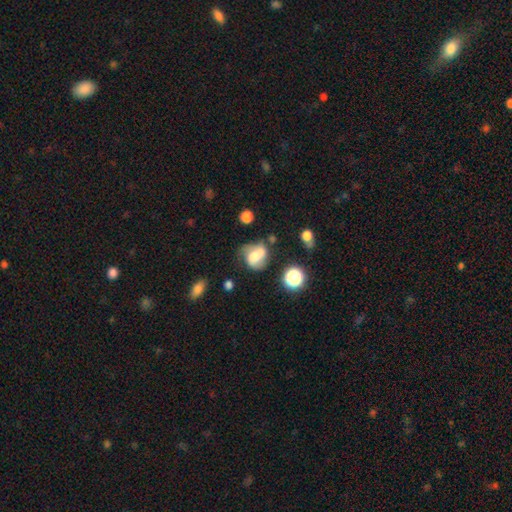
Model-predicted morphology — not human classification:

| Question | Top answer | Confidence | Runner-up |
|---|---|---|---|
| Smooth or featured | featured or disk | 54% | smooth (35%) |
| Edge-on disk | no | 97% | yes (3%) |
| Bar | weak | 42% | no (41%) |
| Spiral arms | yes | 83% | no (17%) |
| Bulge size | moderate | 38% | large (24%) |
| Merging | none | 49% | minor disturbance (26%) |